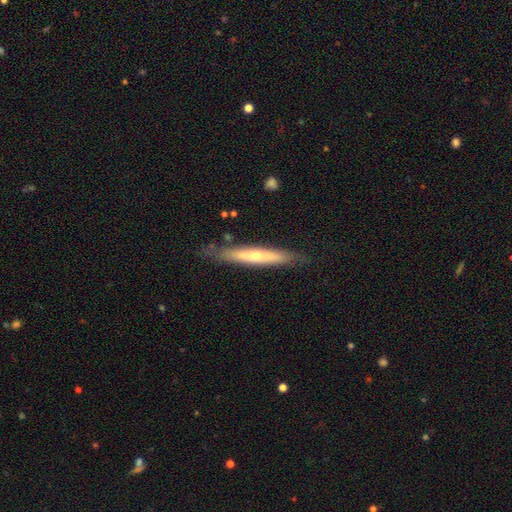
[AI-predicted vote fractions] smooth-or-featured: featured or disk: 53% | smooth: 41% | star or artifact: 6%
  disk-edge-on: yes: 87% | no: 13%
  merging: none: 83% | minor disturbance: 13% | major disturbance: 3% | merger: 2%